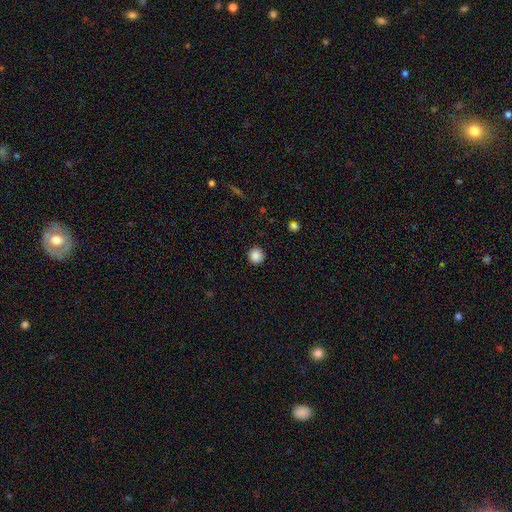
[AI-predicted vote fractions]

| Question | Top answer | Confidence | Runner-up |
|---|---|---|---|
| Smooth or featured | smooth | 87% | star or artifact (10%) |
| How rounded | round | 94% | in between (5%) |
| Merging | none | 90% | minor disturbance (7%) |